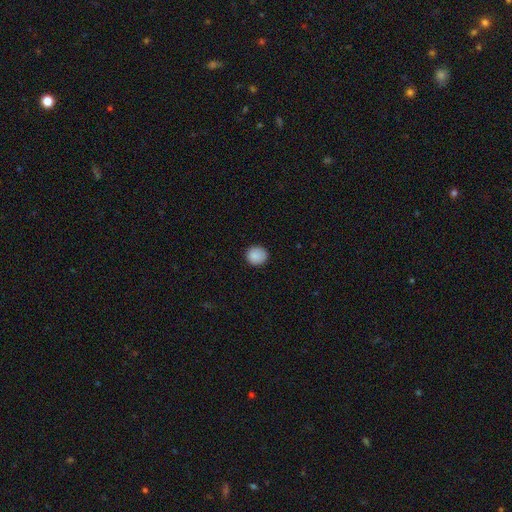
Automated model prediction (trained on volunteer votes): This appears to be a smooth galaxy with no disk features (88%) that is round (90%). Merging: none (89%).